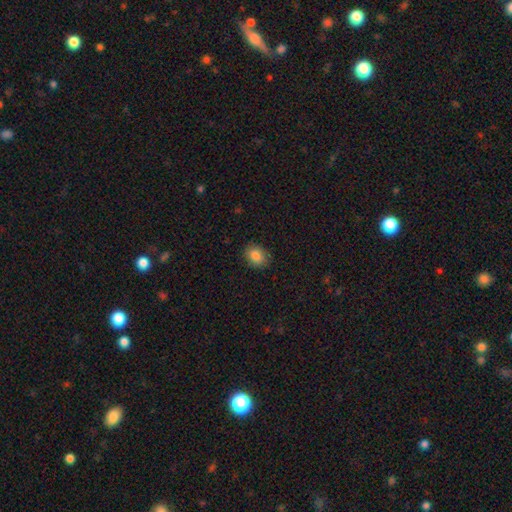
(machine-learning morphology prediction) The model was most divided on "how rounded": in between: 62%, round: 37%, cigar-shaped: 1%. More confident: smooth or featured — smooth (85%); merging — none (85%).